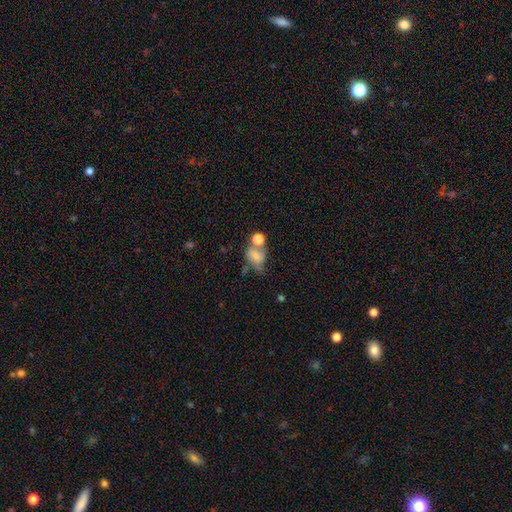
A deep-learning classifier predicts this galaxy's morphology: Smooth or featured? Predicted: smooth (p=0.59). How rounded? Predicted: in between (p=0.57). Merging? Predicted: merger (p=0.34).